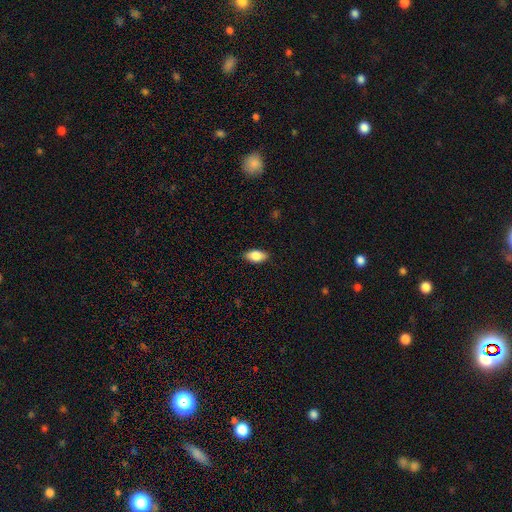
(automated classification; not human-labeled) This is clearly a smooth galaxy (82%). How rounded: clearly in between (90%). Merging: clearly none (87%).